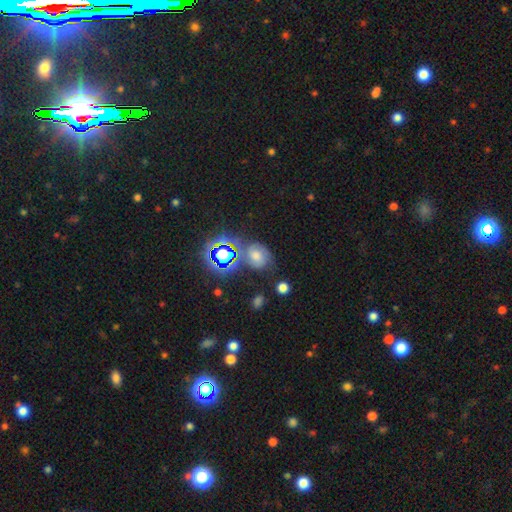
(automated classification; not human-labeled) This appears to be a star or artifact, not a galaxy (36%).